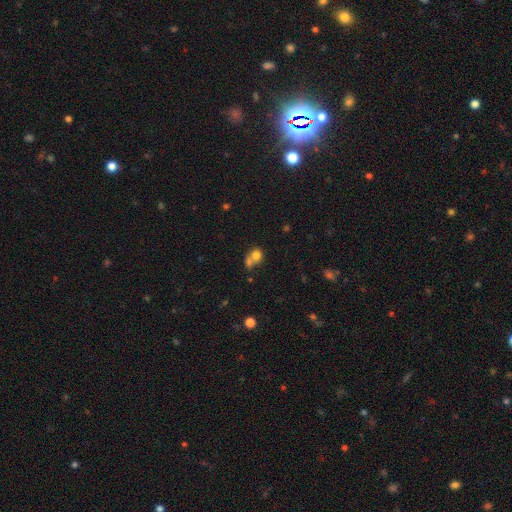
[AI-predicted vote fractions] Q: Smooth or featured?
A: smooth (74%); runner-up: featured or disk (13%)
Q: How rounded?
A: round (71%); runner-up: in between (28%)
Q: Merging?
A: merger (54%); runner-up: none (31%)